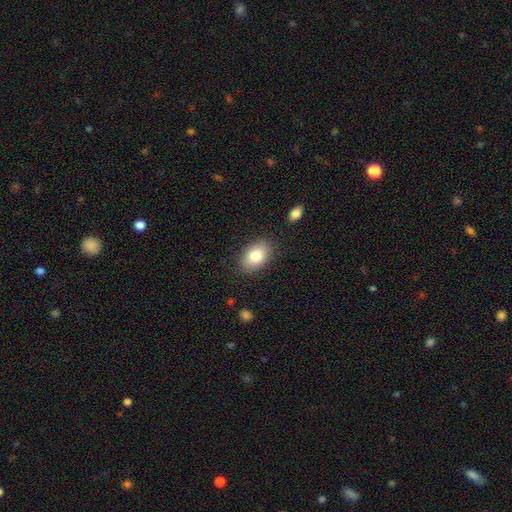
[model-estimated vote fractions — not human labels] Morphology: type=smooth (82%); roundness=in between (87%); merging=none (86%).